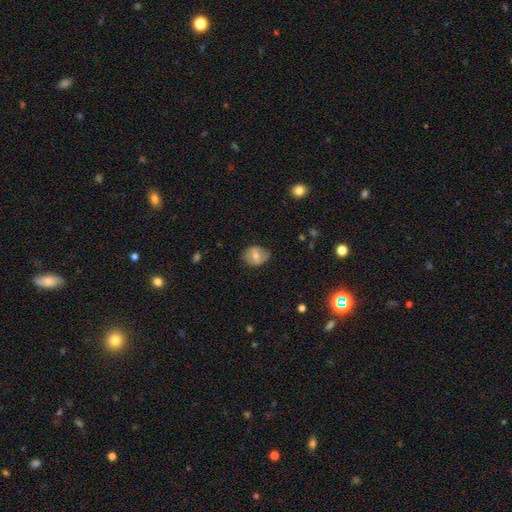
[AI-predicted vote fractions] A smooth galaxy with no disk features (56%) that is in between round and cigar-shaped (55%). Merging: none (75%).